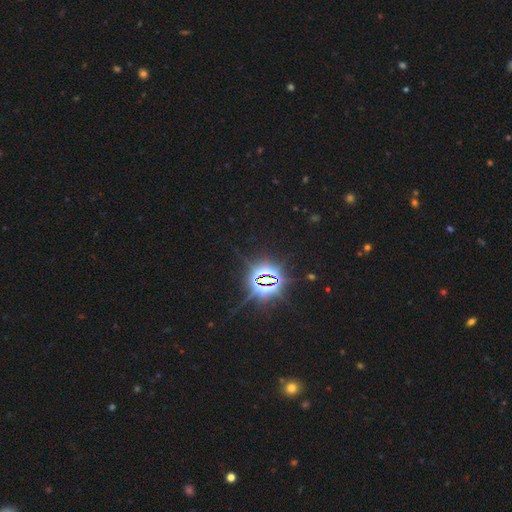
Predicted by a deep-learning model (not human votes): smooth_or_featured: star or artifact (p=0.82) [alt: smooth p=0.12]